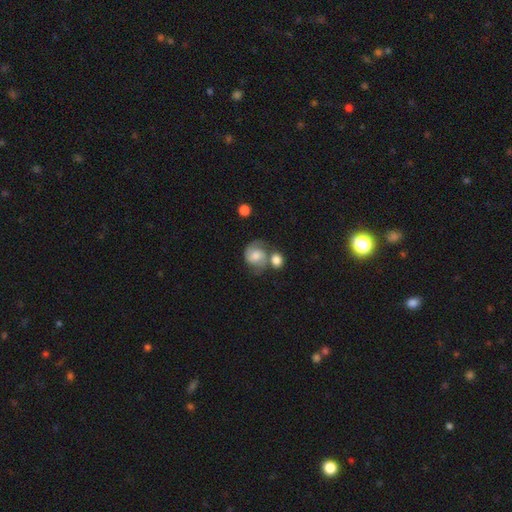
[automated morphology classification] This appears to be a featured or disk galaxy (70%) with no bar (59%), 2 (88%) medium (52%) spiral arms (93%) and a moderate central bulge (49%). Merging: none (46%).